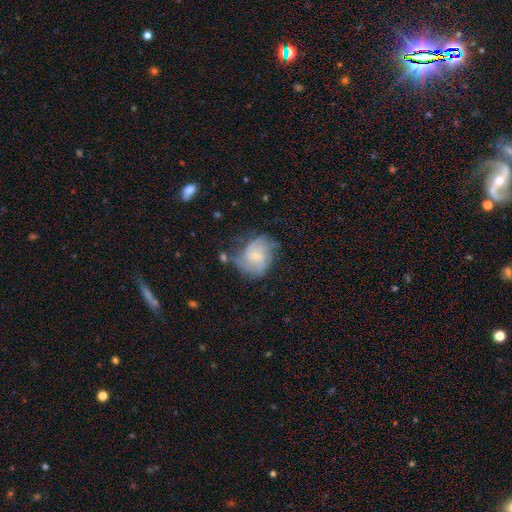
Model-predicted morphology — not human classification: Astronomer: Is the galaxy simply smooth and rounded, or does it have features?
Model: featured or disk — 65%.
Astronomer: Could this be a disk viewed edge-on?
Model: no — 98%.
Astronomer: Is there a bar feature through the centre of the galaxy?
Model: no — 57% (runner-up: weak, 37%).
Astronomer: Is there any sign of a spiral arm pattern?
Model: yes — 86%.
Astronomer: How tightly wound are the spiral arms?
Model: medium — 42% (runner-up: tight, 38%).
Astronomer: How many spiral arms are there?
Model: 2 — 43% (runner-up: can't tell, 31%).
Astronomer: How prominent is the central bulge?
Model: small — 66%.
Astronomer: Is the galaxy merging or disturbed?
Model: none — 48% (runner-up: minor disturbance, 30%).